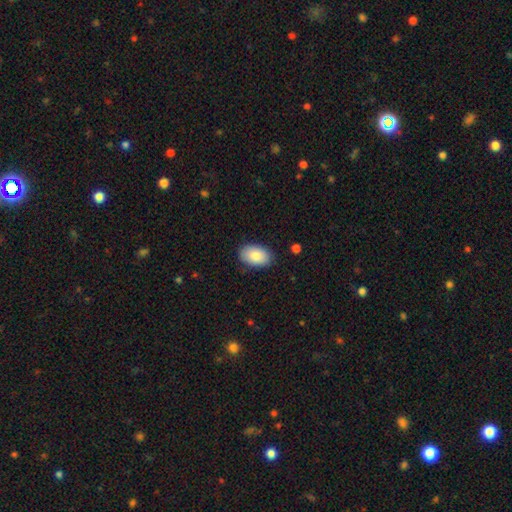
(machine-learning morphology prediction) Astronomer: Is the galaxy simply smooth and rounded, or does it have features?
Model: smooth — 86%.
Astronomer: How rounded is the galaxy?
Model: in between — 92%.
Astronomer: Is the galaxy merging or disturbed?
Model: none — 85%.